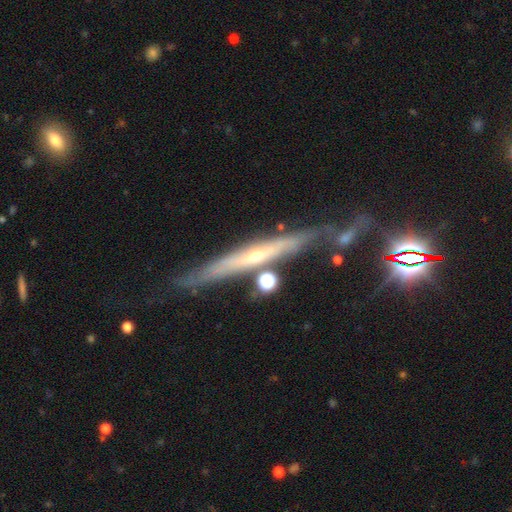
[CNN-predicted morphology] Overall: featured or disk (73%). Edge-on disk: yes (88%). Edge-on bulge: rounded (58%; none 37%). Merging: none (71%).